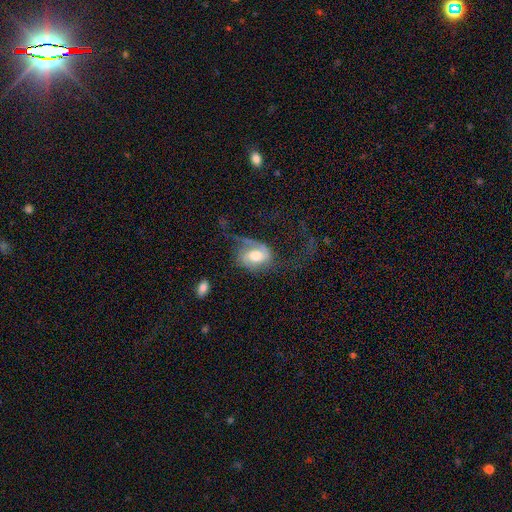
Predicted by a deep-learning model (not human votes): featured or disk 69%, smooth 24%, star or artifact 7%. Down the decision tree: edge-on disk — no (97%); bar — no (50%); spiral arms — yes (88%); spiral arm count — 2 (64%); spiral winding — loose (47%); bulge size — moderate (55%); merging — major disturbance (43%).